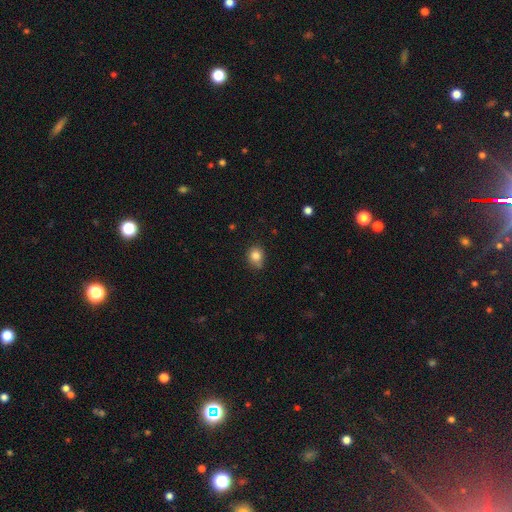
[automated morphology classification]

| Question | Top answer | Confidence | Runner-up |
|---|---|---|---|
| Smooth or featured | smooth | 83% | star or artifact (11%) |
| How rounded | round | 67% | in between (32%) |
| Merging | none | 67% | minor disturbance (26%) |